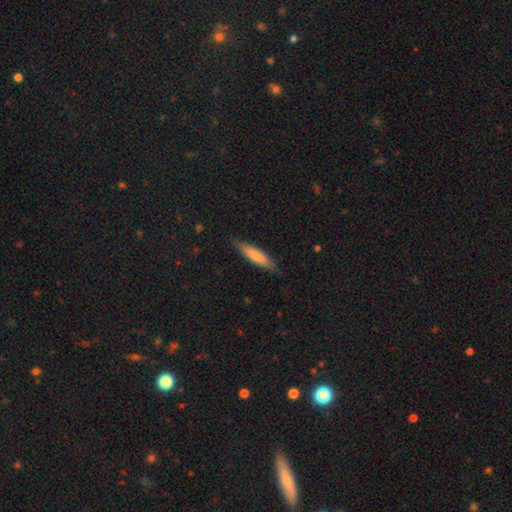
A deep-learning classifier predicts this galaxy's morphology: Smooth or featured: smooth — 76% (featured or disk — 18%)
How rounded: cigar-shaped — 79% (in between — 20%)
Merging: none — 84% (minor disturbance — 13%)